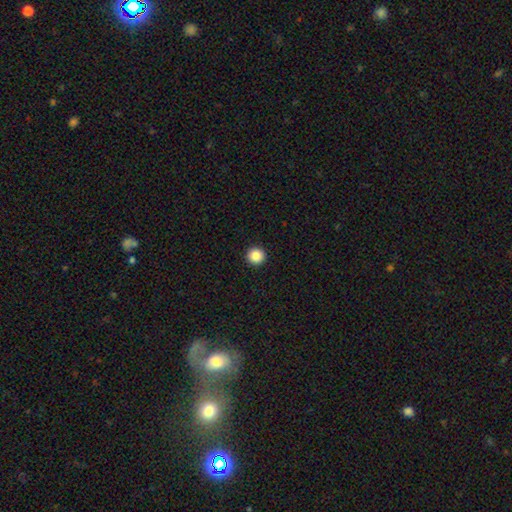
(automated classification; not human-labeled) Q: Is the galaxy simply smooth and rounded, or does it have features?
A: smooth — 87%.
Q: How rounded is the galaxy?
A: round — 97%.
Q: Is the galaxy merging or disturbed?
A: none — 94%.